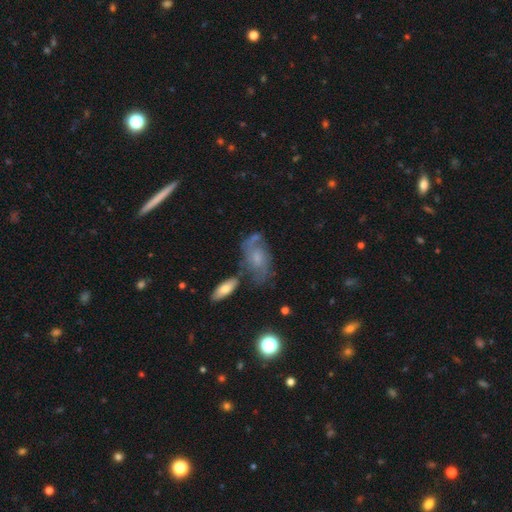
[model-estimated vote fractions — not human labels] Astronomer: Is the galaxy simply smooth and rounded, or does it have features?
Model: featured or disk — 65%.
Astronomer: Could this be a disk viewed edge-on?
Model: no — 93%.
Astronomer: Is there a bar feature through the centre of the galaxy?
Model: no — 65%.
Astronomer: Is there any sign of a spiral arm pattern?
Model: yes — 82%.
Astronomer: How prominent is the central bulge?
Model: small — 38% (runner-up: moderate, 31%).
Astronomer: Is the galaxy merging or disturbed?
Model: none — 54%.